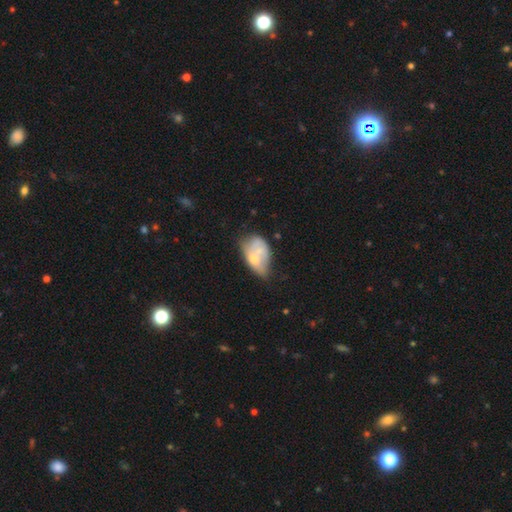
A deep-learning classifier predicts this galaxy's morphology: A smooth galaxy with no disk features (55%) that is in between round and cigar-shaped (87%).

Vote fractions:
- Smooth or featured? smooth: 55% / featured or disk: 38% / star or artifact: 7%
- How rounded? in between: 87% / round: 11% / cigar-shaped: 2%
- Merging? merger: 36% / minor disturbance: 25% / none: 21% / major disturbance: 18%